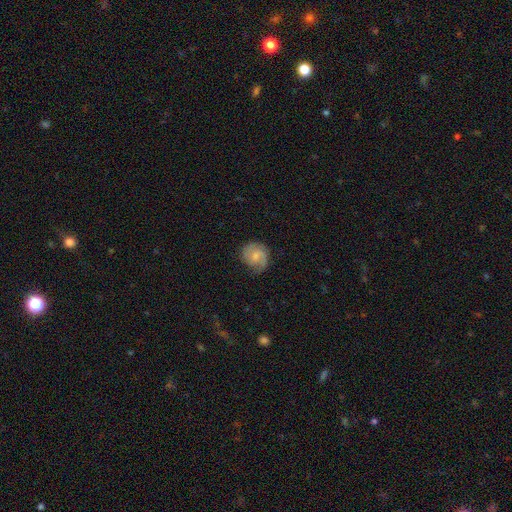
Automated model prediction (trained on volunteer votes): Overall: featured or disk (63%; smooth 30%). Edge-on disk: no (98%). Bar: no (57%; weak 39%). Spiral arms: yes (93%). Spiral arm count: 2 (68%). Spiral winding: medium (44%; tight 38%). Bulge size: small (48%; moderate 41%). Merging: none (71%).